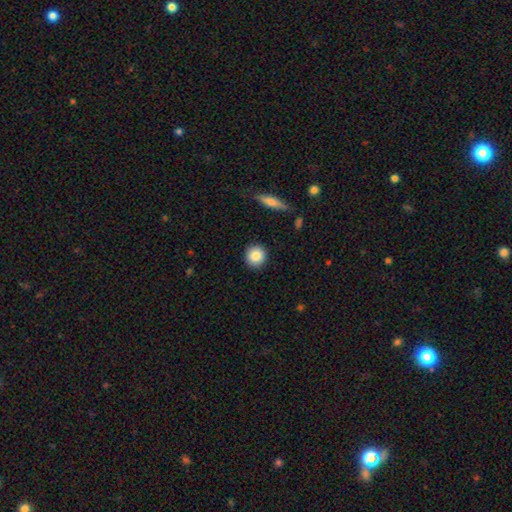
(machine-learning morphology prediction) Overall: smooth (86%). How rounded: round (90%). Merging: none (91%).